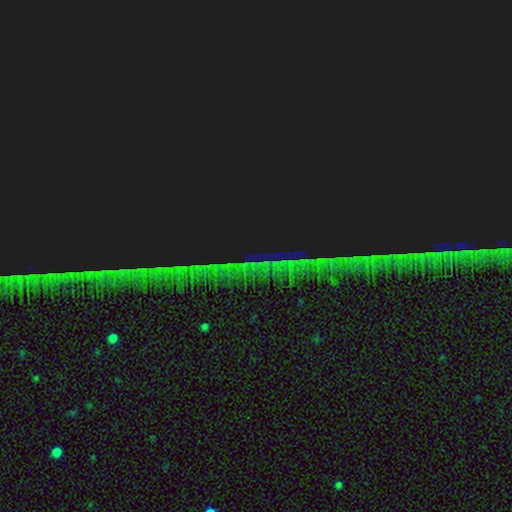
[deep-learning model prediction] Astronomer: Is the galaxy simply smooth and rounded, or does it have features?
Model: star or artifact — 86%.